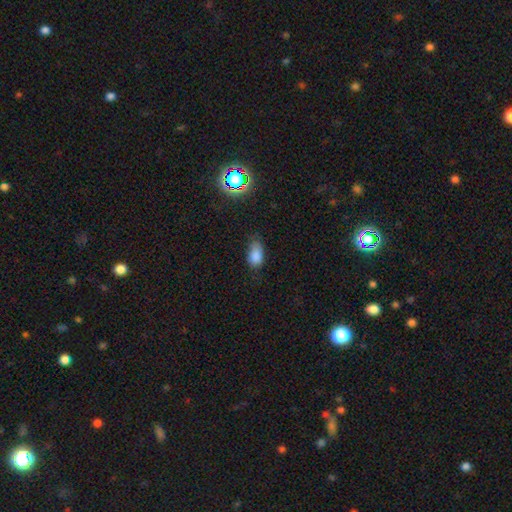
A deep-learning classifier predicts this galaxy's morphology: Q: Smooth or featured?
A: smooth (82%); runner-up: star or artifact (11%)
Q: How rounded?
A: in between (89%); runner-up: round (9%)
Q: Merging?
A: none (54%); runner-up: minor disturbance (34%)